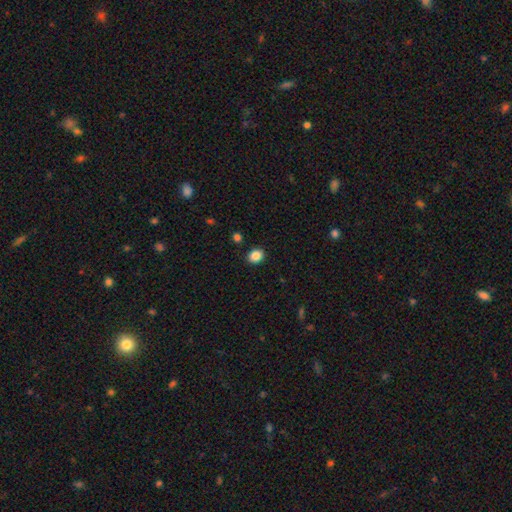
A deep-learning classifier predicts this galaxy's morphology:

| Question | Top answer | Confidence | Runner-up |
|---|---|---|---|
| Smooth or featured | smooth | 87% | star or artifact (10%) |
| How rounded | round | 61% | in between (38%) |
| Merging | none | 90% | minor disturbance (6%) |